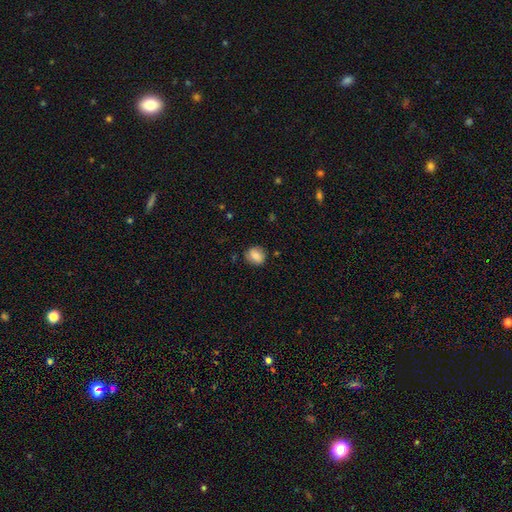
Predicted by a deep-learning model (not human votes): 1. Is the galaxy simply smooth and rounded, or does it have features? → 79% smooth, 12% featured or disk, 9% star or artifact.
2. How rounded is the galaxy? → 65% round, 33% in between, 1% cigar-shaped.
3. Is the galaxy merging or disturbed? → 82% none, 14% minor disturbance, 3% major disturbance, 2% merger.